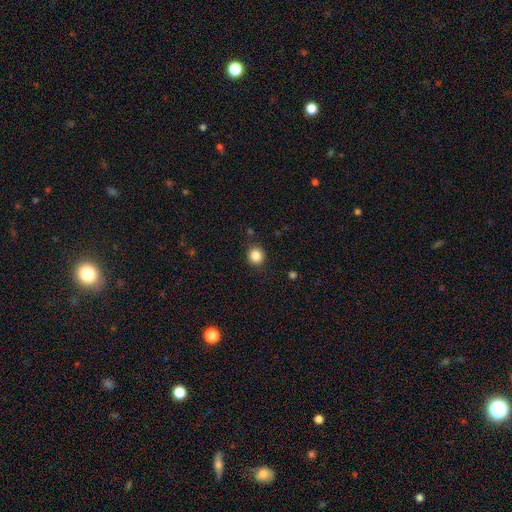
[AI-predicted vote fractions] A smooth galaxy with no disk features (84%) that is round (89%).

Vote fractions:
- Smooth or featured? smooth: 84% / star or artifact: 11% / featured or disk: 5%
- How rounded? round: 89% / in between: 10% / cigar-shaped: 1%
- Merging? none: 90% / minor disturbance: 7% / major disturbance: 2% / merger: 2%